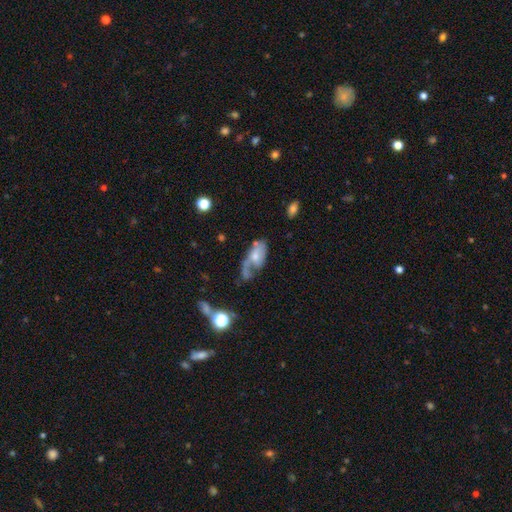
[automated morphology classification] This is possibly a featured or disk galaxy (48%). Merging: marginally major disturbance (35%).